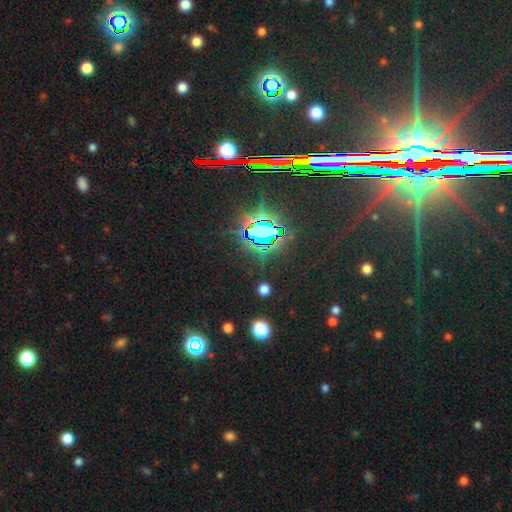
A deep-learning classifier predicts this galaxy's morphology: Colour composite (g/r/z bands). It shows a star or artifact, not a galaxy (83%).